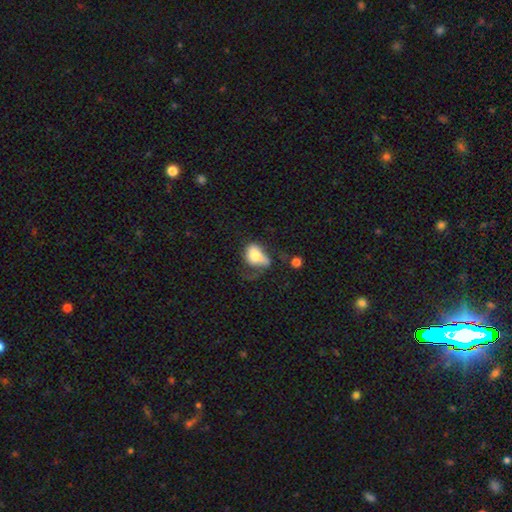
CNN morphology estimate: smooth 70%, featured or disk 22%, star or artifact 8%. Down the decision tree: how rounded — in between (81%); merging — major disturbance (45%).